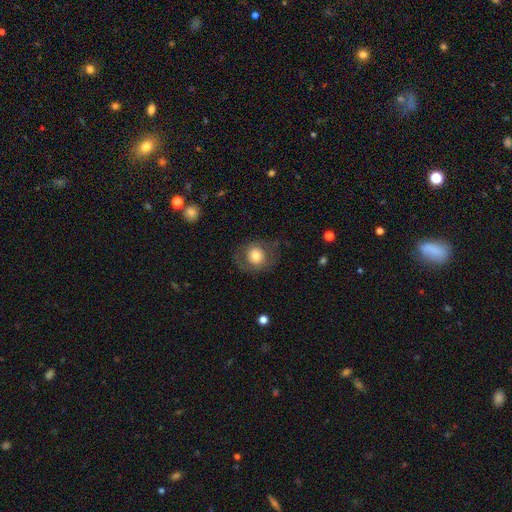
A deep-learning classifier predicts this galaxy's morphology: smooth_or_featured: smooth (p=0.68) [alt: featured or disk p=0.24]
how_rounded: round (p=0.80) [alt: in between p=0.20]
merging: none (p=0.70) [alt: minor disturbance p=0.16]